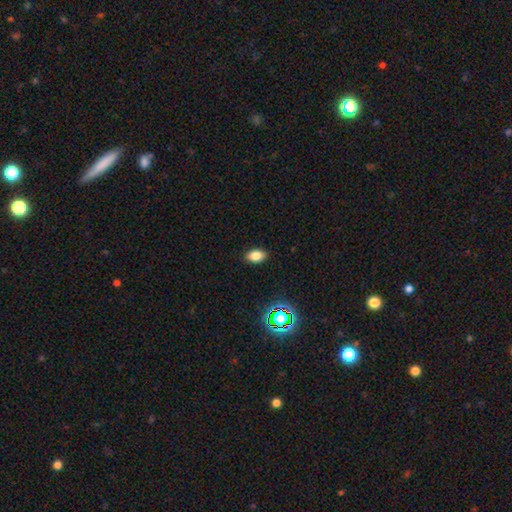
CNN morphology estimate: A smooth galaxy with no disk features (81%) that is in between round and cigar-shaped (88%). Merging: none (89%).